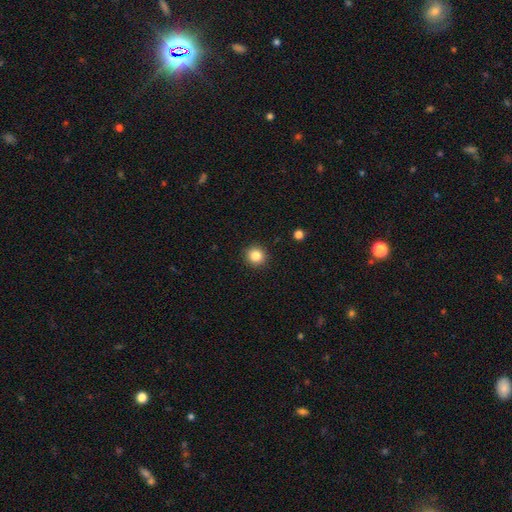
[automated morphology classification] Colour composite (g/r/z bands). It shows a smooth galaxy with no disk features (85%) that is round (92%). Merging: none (92%).